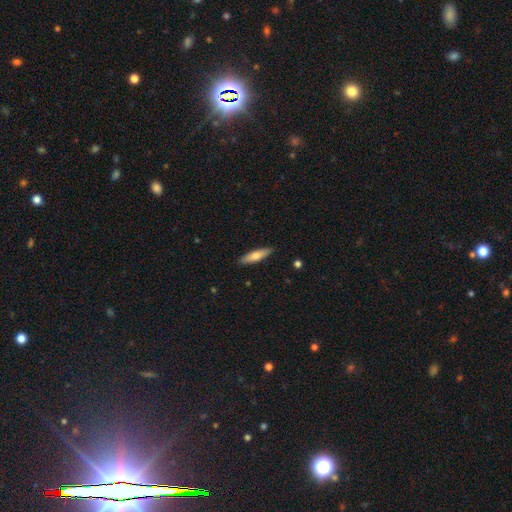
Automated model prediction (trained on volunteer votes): smooth-or-featured: smooth: 68% | featured or disk: 26% | star or artifact: 6%
  how-rounded: cigar-shaped: 71% | in between: 27% | round: 2%
  merging: none: 89% | minor disturbance: 8% | major disturbance: 2% | merger: 1%